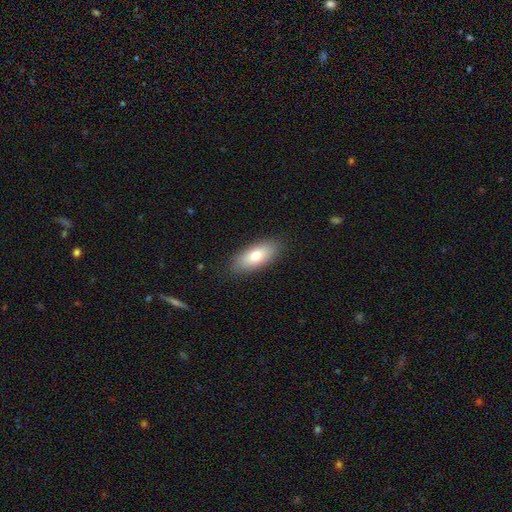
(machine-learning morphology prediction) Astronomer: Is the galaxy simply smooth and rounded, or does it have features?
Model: smooth — 76%.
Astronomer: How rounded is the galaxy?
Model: in between — 82%.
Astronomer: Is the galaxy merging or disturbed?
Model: none — 87%.